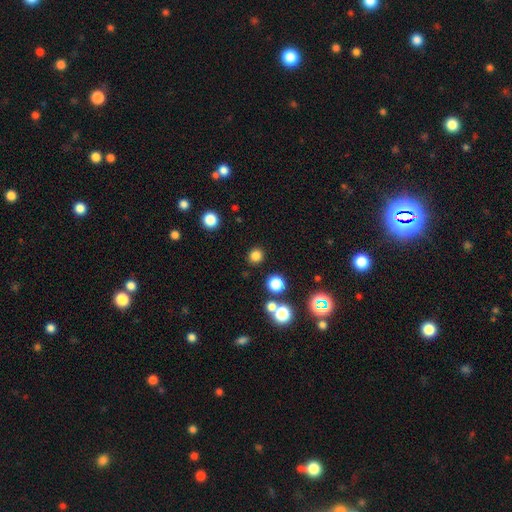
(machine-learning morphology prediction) This appears to be a smooth galaxy with no disk features (80%) that is round (92%). Merging: none (89%).